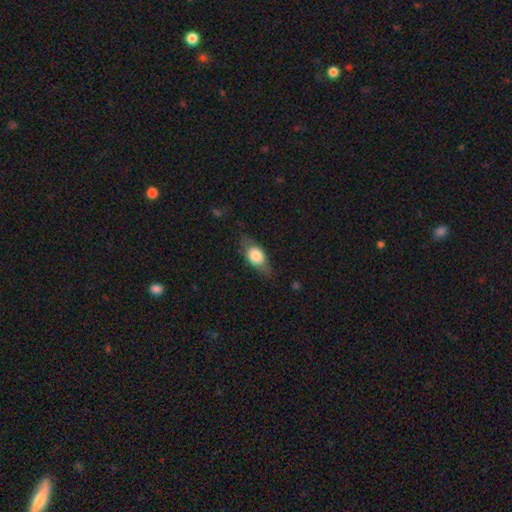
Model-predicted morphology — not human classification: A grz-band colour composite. It shows a smooth galaxy with no disk features (64%) that is in between round and cigar-shaped (75%). Merging: none (71%).